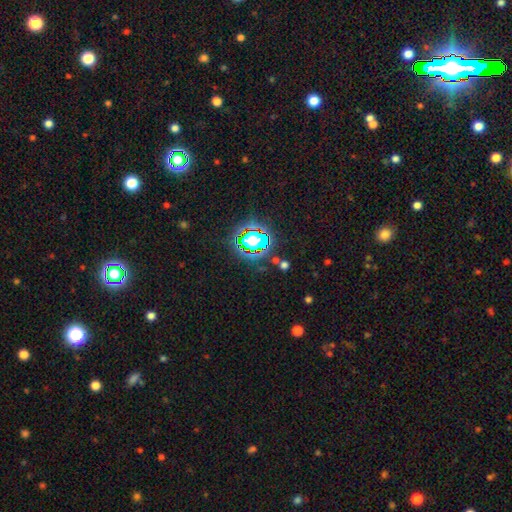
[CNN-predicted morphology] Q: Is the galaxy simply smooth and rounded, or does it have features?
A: star or artifact — 81%.